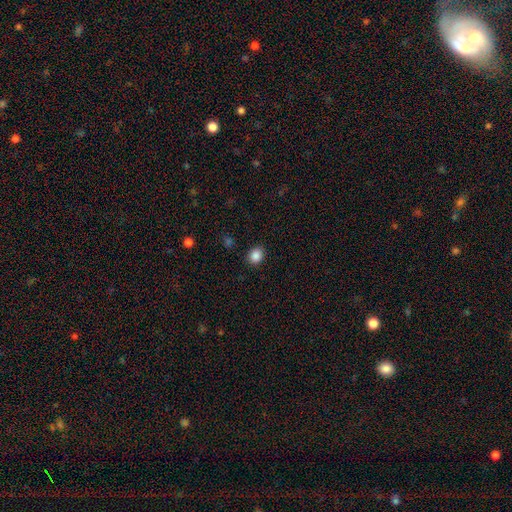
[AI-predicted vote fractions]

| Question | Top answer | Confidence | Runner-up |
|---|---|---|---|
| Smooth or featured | smooth | 86% | star or artifact (10%) |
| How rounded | round | 66% | in between (33%) |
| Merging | none | 89% | minor disturbance (7%) |